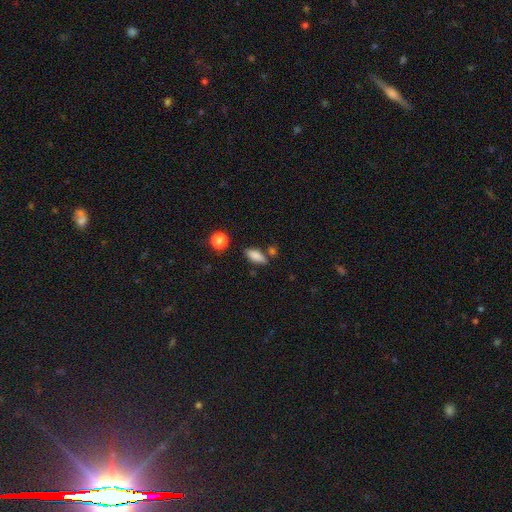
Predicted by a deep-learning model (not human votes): A smooth galaxy with no disk features (82%) that is in between round and cigar-shaped (72%). Merging: none (72%).